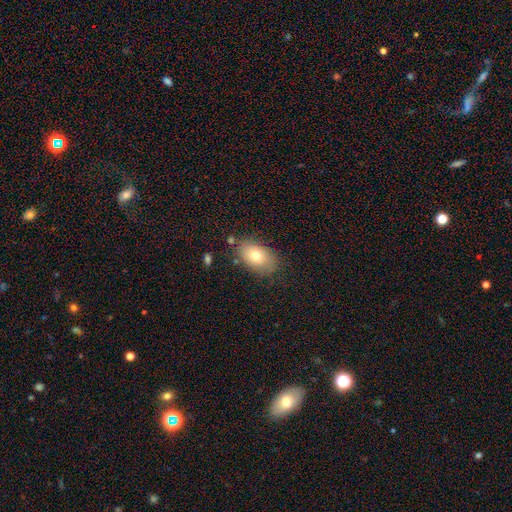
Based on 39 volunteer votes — Smooth or featured? 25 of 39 (64%) said smooth. How rounded? 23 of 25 (92%) said in between. Merging? 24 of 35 (69%) said none.